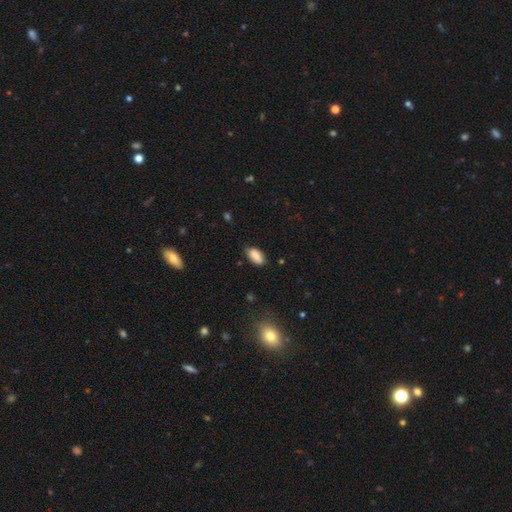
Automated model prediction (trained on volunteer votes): Smooth or featured? Predicted: smooth (p=0.83). How rounded? Predicted: in between (p=0.92). Merging? Predicted: none (p=0.78).